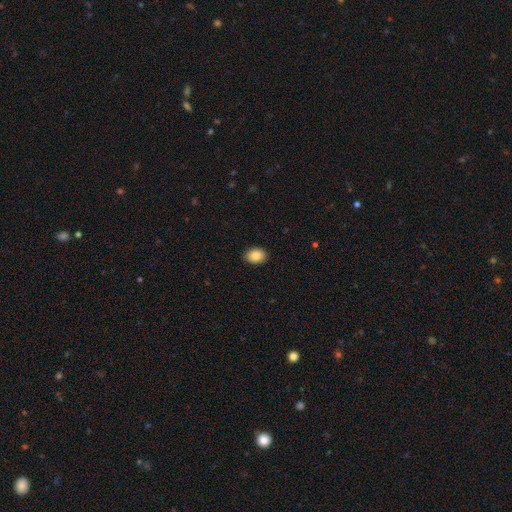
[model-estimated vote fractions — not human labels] Overall: smooth (86%). How rounded: in between (69%; round 30%). Merging: none (90%).